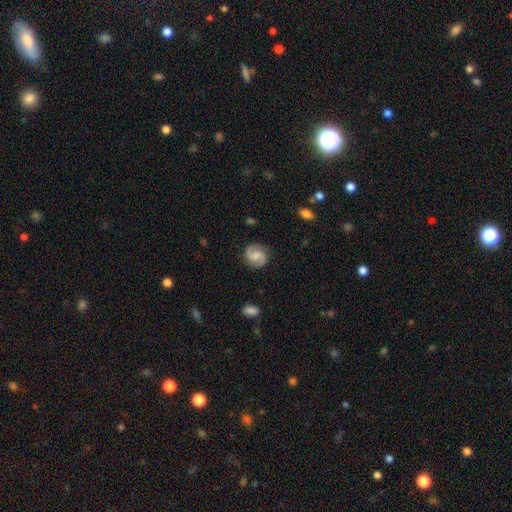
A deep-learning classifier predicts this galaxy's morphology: smooth_or_featured: featured or disk (p=0.69) [alt: smooth p=0.25]
disk_edge_on: no (p=0.98) [alt: yes p=0.02]
bar: no (p=0.45) [tied with: weak p=0.45]
has_spiral_arms: yes (p=0.95) [alt: no p=0.05]
spiral_winding: medium (p=0.47) [alt: loose p=0.30]
spiral_arm_count: 2 (p=0.91) [alt: can't tell p=0.04]
bulge_size: moderate (p=0.32) [tied with: small p=0.32]
merging: none (p=0.84) [alt: minor disturbance p=0.11]